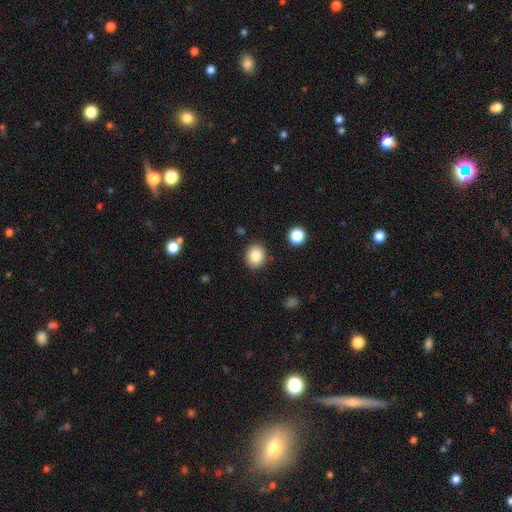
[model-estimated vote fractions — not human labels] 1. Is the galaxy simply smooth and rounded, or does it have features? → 86% smooth, 9% star or artifact, 5% featured or disk.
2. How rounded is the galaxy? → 66% round, 33% in between, 1% cigar-shaped.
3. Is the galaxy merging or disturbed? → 87% none, 8% minor disturbance, 3% major disturbance, 2% merger.